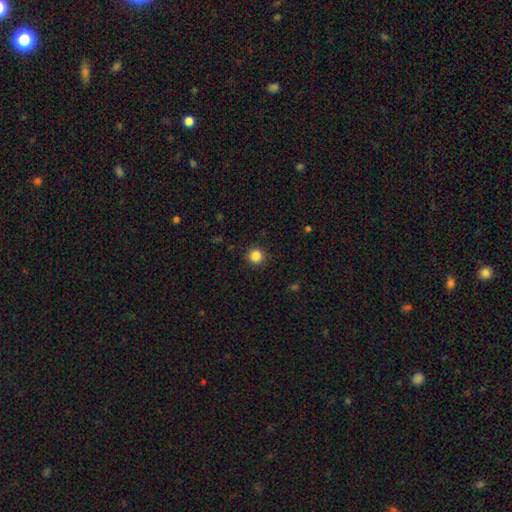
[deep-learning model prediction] smooth_or_featured: smooth (p=0.86) [alt: star or artifact p=0.11]
how_rounded: round (p=0.95) [alt: in between p=0.04]
merging: none (p=0.91) [alt: minor disturbance p=0.06]